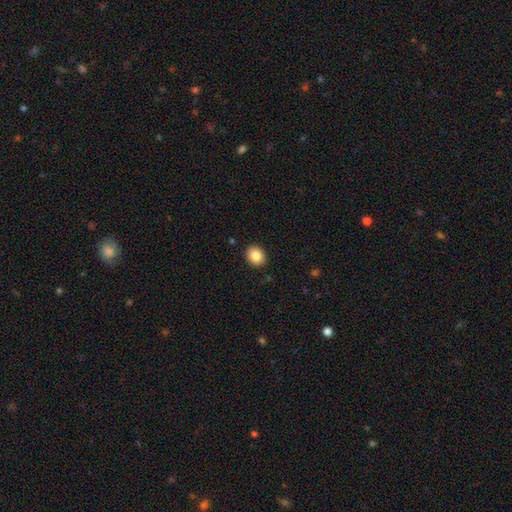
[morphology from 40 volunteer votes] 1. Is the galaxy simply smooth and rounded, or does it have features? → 88% smooth, 8% star or artifact, 5% featured or disk.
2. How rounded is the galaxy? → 51% in between, 49% round, 0% cigar-shaped.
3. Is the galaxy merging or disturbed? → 100% none, 0% minor disturbance, 0% major disturbance, 0% merger.